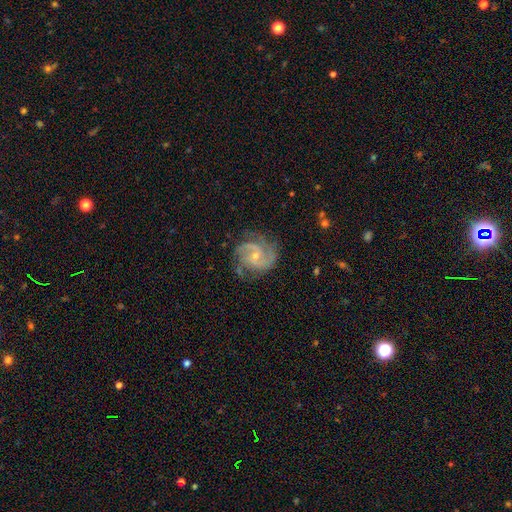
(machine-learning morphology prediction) smooth_or_featured: featured or disk (p=0.88) [alt: smooth p=0.06]
disk_edge_on: no (p=0.98) [alt: yes p=0.02]
bar: no (p=0.56) [alt: weak p=0.37]
has_spiral_arms: yes (p=0.97) [alt: no p=0.03]
spiral_winding: medium (p=0.54) [alt: tight p=0.31]
spiral_arm_count: 2 (p=0.59) [alt: 3 p=0.21]
bulge_size: small (p=0.71) [alt: moderate p=0.25]
merging: none (p=0.73) [alt: minor disturbance p=0.19]